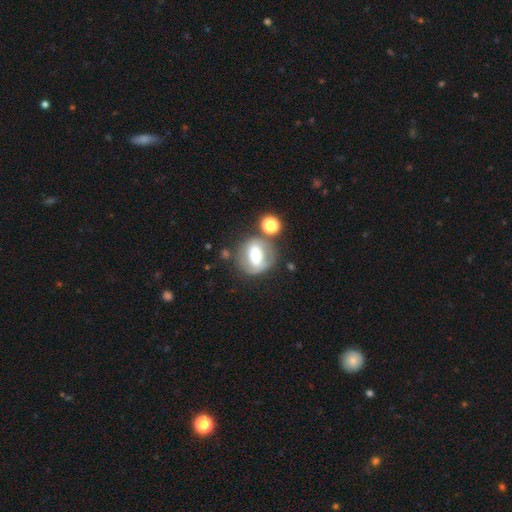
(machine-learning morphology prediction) Smooth or featured: featured or disk — 49% (smooth — 43%)
Merging: none — 58% (minor disturbance — 18%)